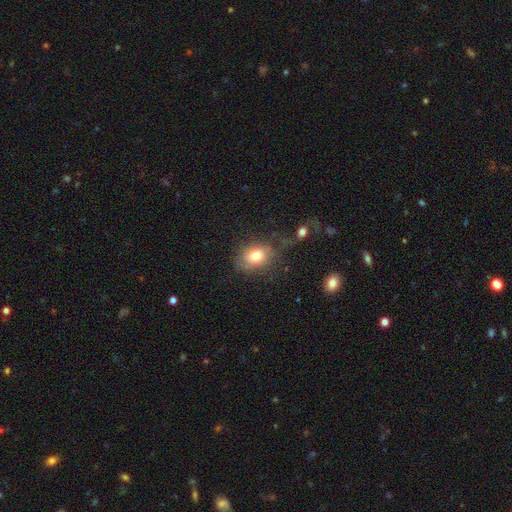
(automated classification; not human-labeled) A smooth galaxy with no disk features (78%) that is in between round and cigar-shaped (56%). Merging: none (68%).